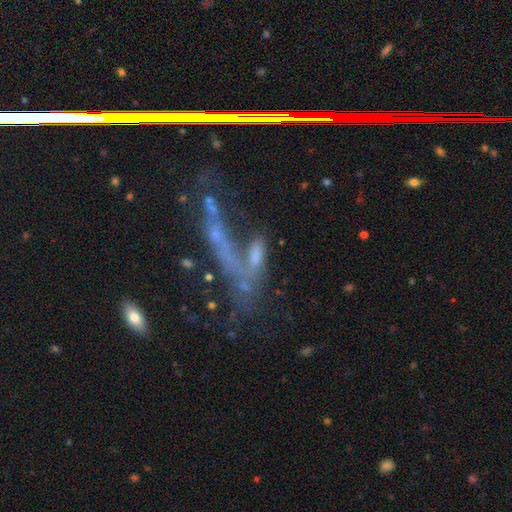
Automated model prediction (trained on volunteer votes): This is possibly a smooth galaxy (52%). How rounded: possibly in between (48%). Merging: marginally none (30%, tied with merger).